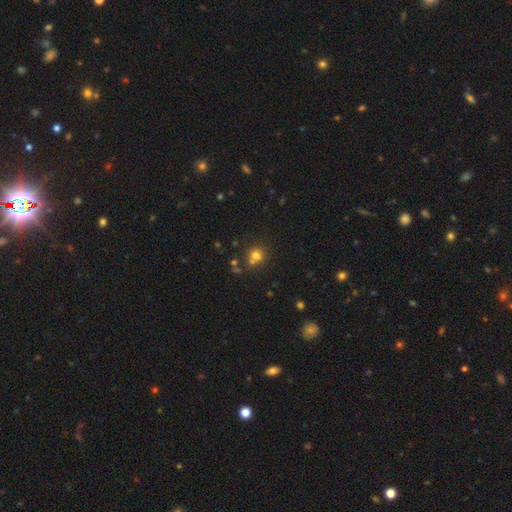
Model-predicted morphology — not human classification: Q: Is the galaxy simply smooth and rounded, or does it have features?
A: smooth — 69%.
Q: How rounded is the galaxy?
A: round — 81%.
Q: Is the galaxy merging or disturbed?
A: none — 54%.